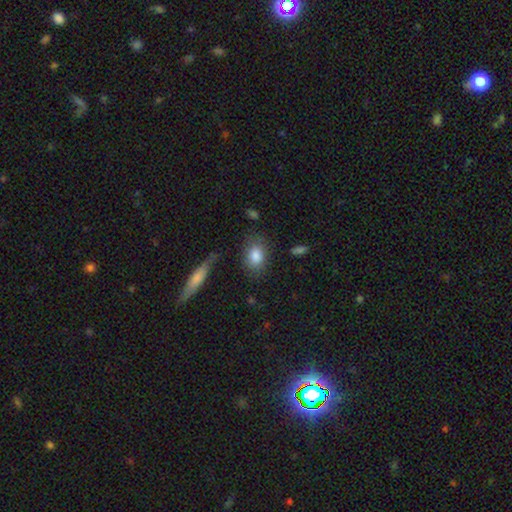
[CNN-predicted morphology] The model was most divided on "how rounded": in between: 76%, round: 22%, cigar-shaped: 2%. More confident: smooth or featured — smooth (84%); merging — none (75%).